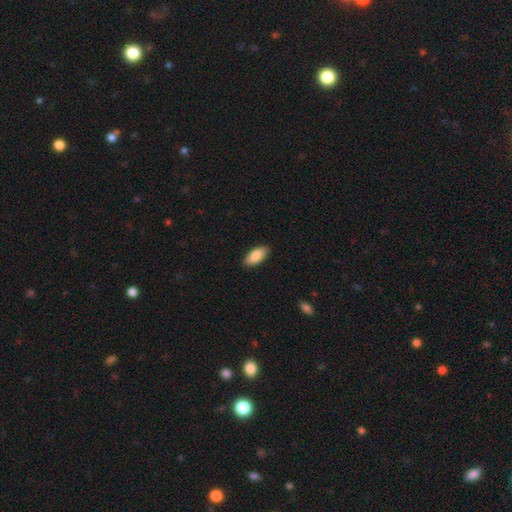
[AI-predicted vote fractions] smooth-or-featured: smooth: 88% | featured or disk: 7% | star or artifact: 6%
  how-rounded: in between: 90% | cigar-shaped: 8% | round: 2%
  merging: none: 88% | minor disturbance: 9% | major disturbance: 2% | merger: 1%